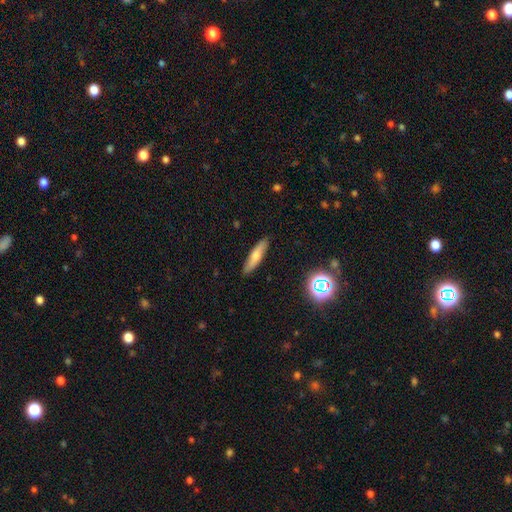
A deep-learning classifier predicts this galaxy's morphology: Overall: smooth (62%; featured or disk 29%). How rounded: cigar-shaped (79%). Merging: none (89%).